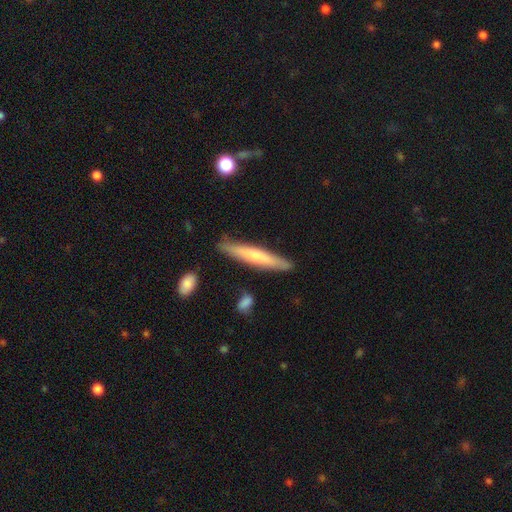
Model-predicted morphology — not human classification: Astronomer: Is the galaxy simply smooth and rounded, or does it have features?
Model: smooth — 55% (runner-up: featured or disk, 40%).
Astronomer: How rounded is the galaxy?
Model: cigar-shaped — 93%.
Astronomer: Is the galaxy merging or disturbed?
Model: none — 84%.